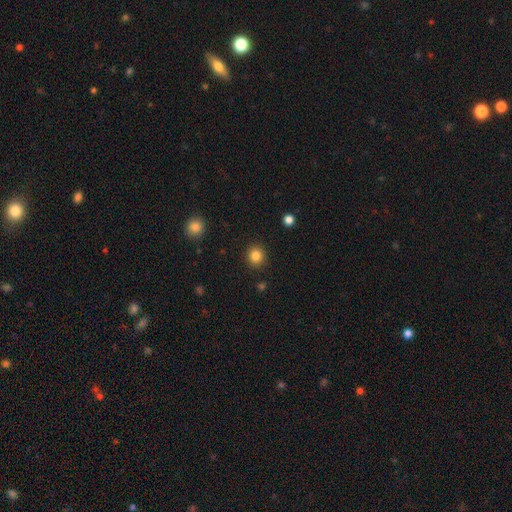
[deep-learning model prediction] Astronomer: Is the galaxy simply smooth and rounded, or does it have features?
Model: smooth — 84%.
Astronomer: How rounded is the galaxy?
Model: round — 88%.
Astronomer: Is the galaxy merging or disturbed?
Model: none — 91%.